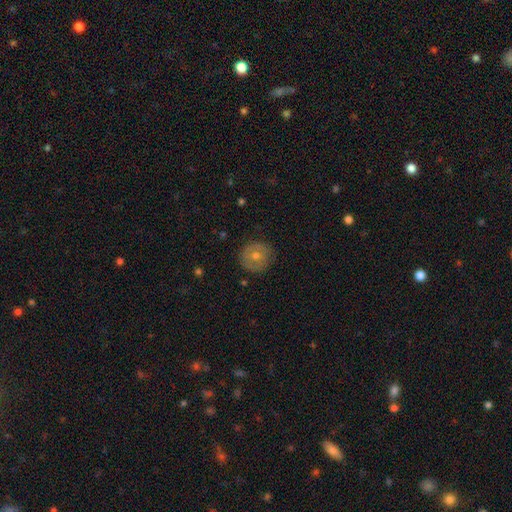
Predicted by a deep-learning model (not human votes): A smooth galaxy with no disk features (59%) that is round (91%).

Vote fractions:
- Smooth or featured? smooth: 59% / featured or disk: 34% / star or artifact: 8%
- How rounded? round: 91% / in between: 8% / cigar-shaped: 1%
- Merging? none: 84% / minor disturbance: 12% / major disturbance: 3% / merger: 1%